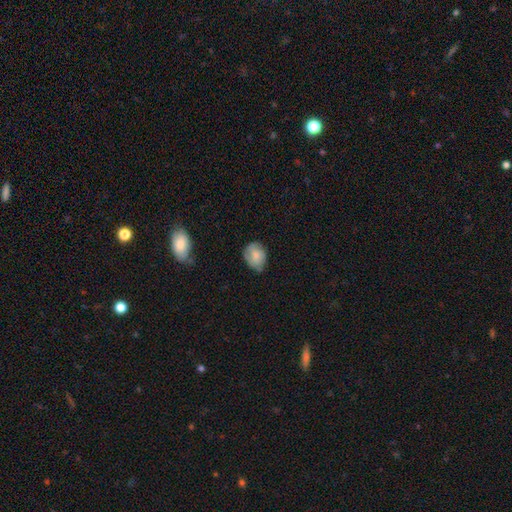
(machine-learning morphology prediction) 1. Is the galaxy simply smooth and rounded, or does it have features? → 65% smooth, 27% featured or disk, 8% star or artifact.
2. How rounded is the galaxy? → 53% round, 46% in between, 1% cigar-shaped.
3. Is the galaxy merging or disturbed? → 63% none, 28% minor disturbance, 7% major disturbance, 2% merger.